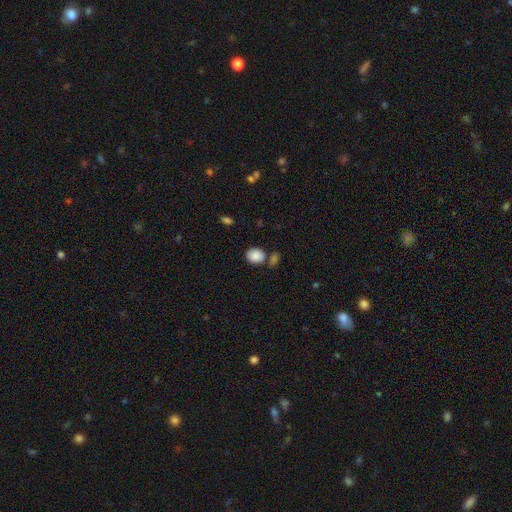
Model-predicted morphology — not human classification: smooth-or-featured: smooth: 87% | star or artifact: 8% | featured or disk: 5%
  how-rounded: round: 61% | in between: 38% | cigar-shaped: 1%
  merging: none: 66% | merger: 17% | minor disturbance: 12% | major disturbance: 4%